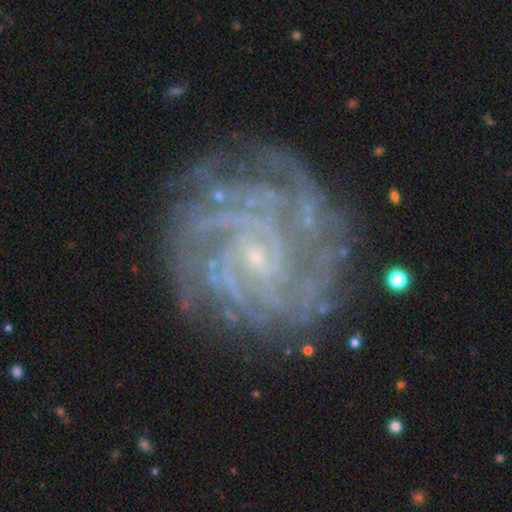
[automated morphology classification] Smooth or featured: featured or disk — 88% (star or artifact — 7%)
Edge-on disk: no — 98% (yes — 2%)
Bar: no — 55% (weak — 36%)
Spiral arms: yes — 97% (no — 3%)
Spiral winding: tight — 72% (medium — 23%)
Spiral arm count: can't tell — 27% (4 — 23%)
Bulge size: small — 82% (moderate — 8%)
Merging: none — 76% (minor disturbance — 15%)